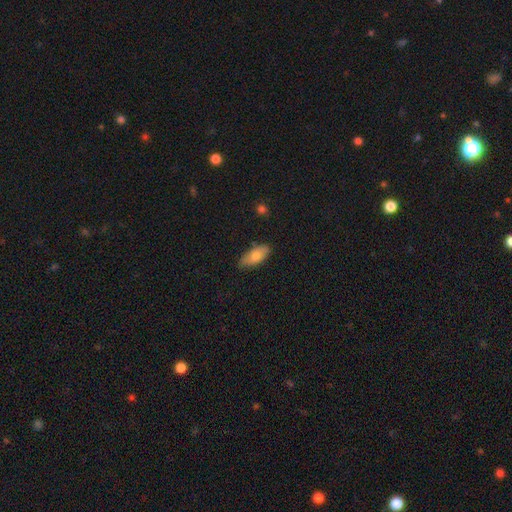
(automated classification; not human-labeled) This appears to be a smooth galaxy with no disk features (75%) that is in between round and cigar-shaped (84%). Merging: none (80%).